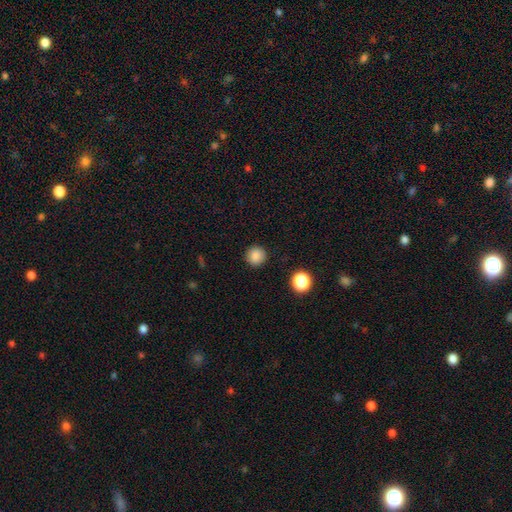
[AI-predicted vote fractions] smooth-or-featured: smooth: 86% | star or artifact: 11% | featured or disk: 4%
  how-rounded: round: 94% | in between: 5% | cigar-shaped: 1%
  merging: none: 91% | minor disturbance: 5% | major disturbance: 2% | merger: 1%